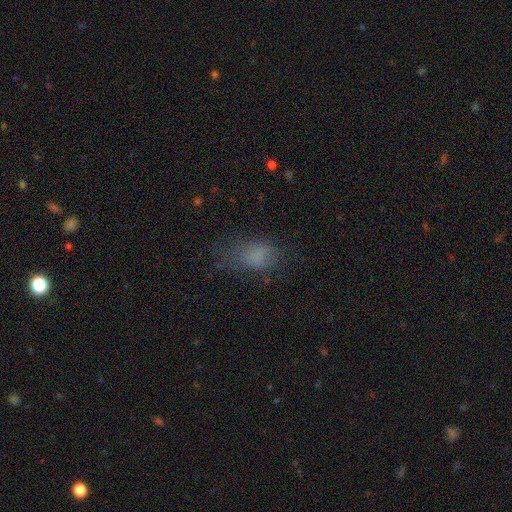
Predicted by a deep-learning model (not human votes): Smooth or featured: smooth — 68% (featured or disk — 16%)
How rounded: in between — 85% (round — 11%)
Merging: none — 51% (minor disturbance — 25%)